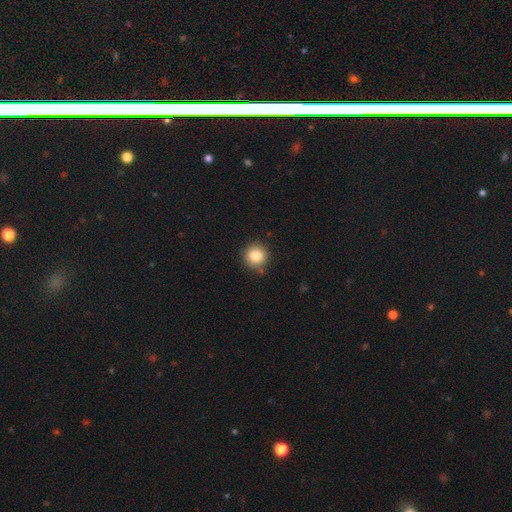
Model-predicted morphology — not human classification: This is clearly a smooth galaxy (83%). How rounded: clearly round (93%). Merging: clearly none (87%).